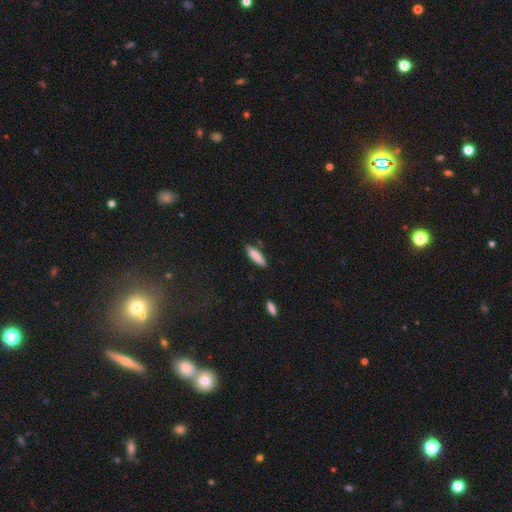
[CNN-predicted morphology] smooth_or_featured: smooth (p=0.84) [alt: featured or disk p=0.10]
how_rounded: cigar-shaped (p=0.72) [alt: in between p=0.27]
merging: none (p=0.81) [alt: minor disturbance p=0.14]